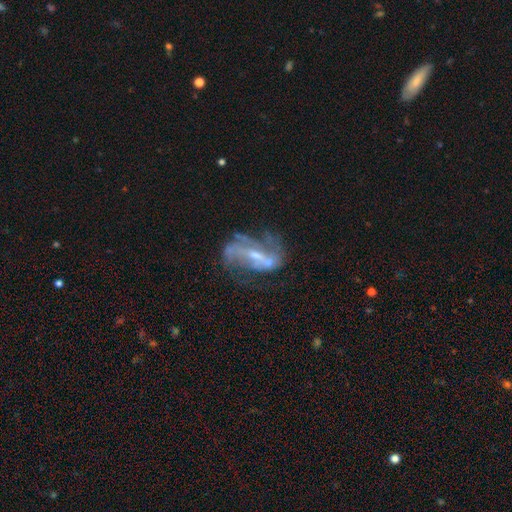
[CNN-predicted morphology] Smooth or featured?
  - featured or disk: 79% *
  - star or artifact: 11%
  - smooth: 10%
Edge-on disk?
  - no: 91% *
  - yes: 9%
Bar?
  - strong: 42% *
  - weak: 33%
  - no: 24%
Spiral arms?
  - yes: 82% *
  - no: 18%
Spiral winding?
  - loose: 55% *
  - medium: 31%
  - tight: 14%
Spiral arm count?
  - 2: 68% *
  - can't tell: 15%
  - 3: 6%
  - 1: 6%
  - 4: 3%
  - more than 4: 3%
Bulge size?
  - small: 61% *
  - moderate: 29%
  - none: 7%
  - large: 2%
  - dominant: 1%
Merging?
  - none: 53% *
  - major disturbance: 20%
  - minor disturbance: 18%
  - merger: 8%